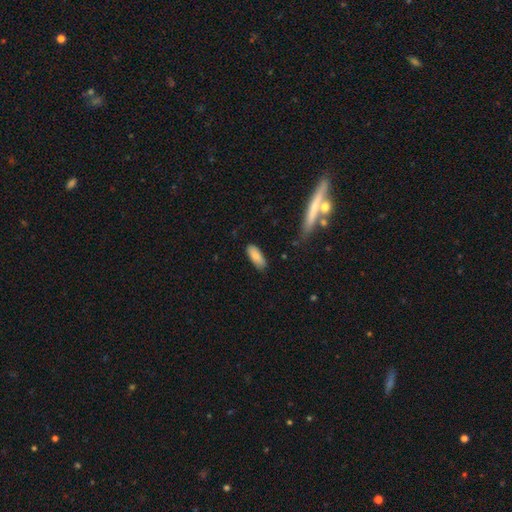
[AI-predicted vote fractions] Smooth or featured?
  - smooth: 83% *
  - featured or disk: 11%
  - star or artifact: 6%
How rounded?
  - in between: 78% *
  - cigar-shaped: 20%
  - round: 2%
Merging?
  - none: 80% *
  - minor disturbance: 15%
  - major disturbance: 3%
  - merger: 2%